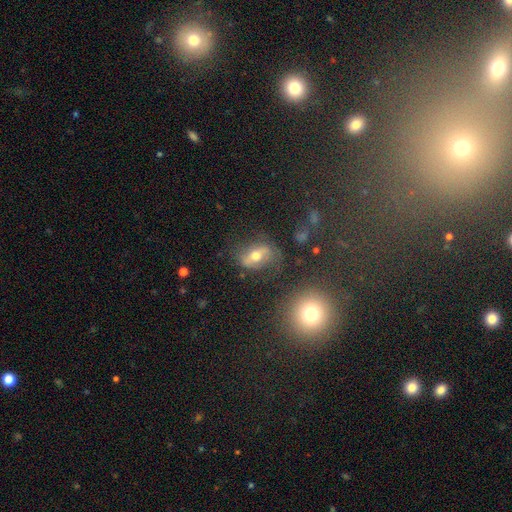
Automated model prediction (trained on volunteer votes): The model was most divided on "smooth or featured": featured or disk: 51%, smooth: 37%, star or artifact: 12%. More confident: edge-on disk — no (80%); merging — none (66%).